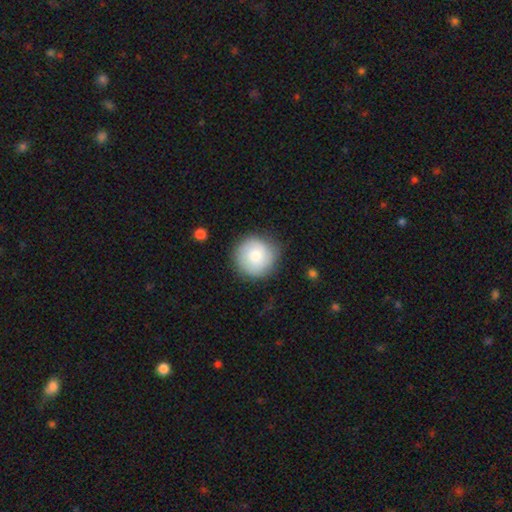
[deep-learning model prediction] This is likely a smooth galaxy (75%). How rounded: clearly round (94%). Merging: clearly none (81%).